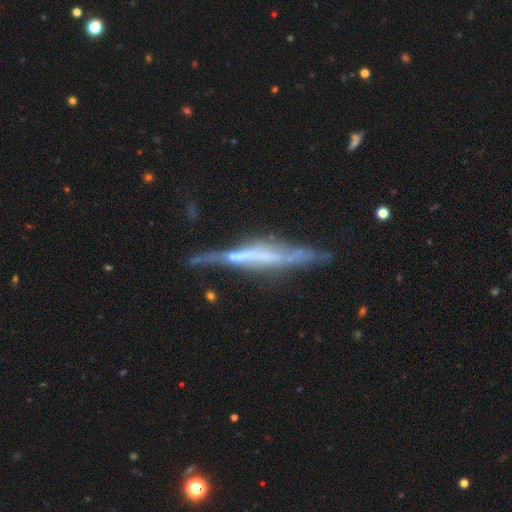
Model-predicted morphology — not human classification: Smooth or featured?
  - featured or disk: 71% *
  - smooth: 22%
  - star or artifact: 7%
Edge-on disk?
  - yes: 88% *
  - no: 12%
Edge-on bulge?
  - none: 54% *
  - boxy: 29%
  - rounded: 17%
Merging?
  - none: 53% *
  - minor disturbance: 27%
  - major disturbance: 14%
  - merger: 6%